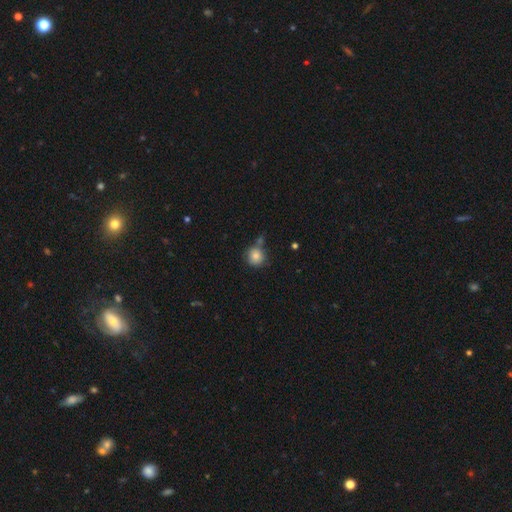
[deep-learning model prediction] A smooth galaxy with no disk features (83%) that is round (91%).

Vote fractions:
- Smooth or featured? smooth: 83% / star or artifact: 10% / featured or disk: 7%
- How rounded? round: 91% / in between: 8% / cigar-shaped: 1%
- Merging? none: 66% / minor disturbance: 15% / merger: 15% / major disturbance: 4%